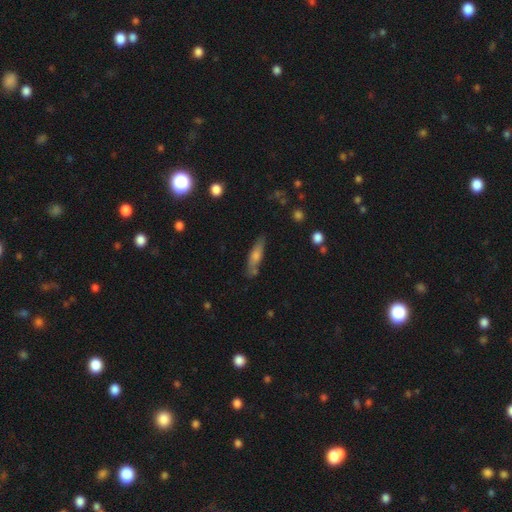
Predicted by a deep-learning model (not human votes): Overall: smooth (48%; featured or disk 39%). Merging: none (77%).